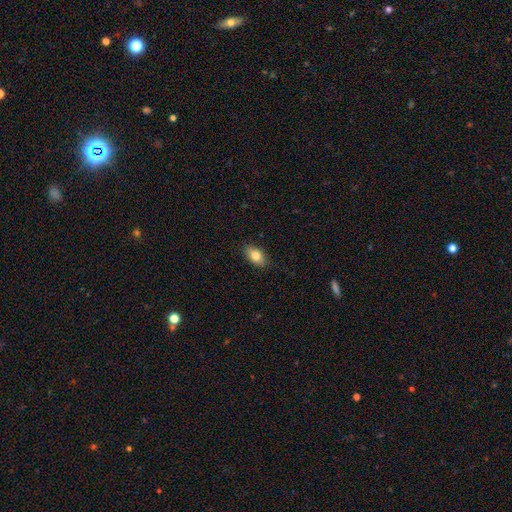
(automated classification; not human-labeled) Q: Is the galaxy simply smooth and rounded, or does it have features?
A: smooth — 82%.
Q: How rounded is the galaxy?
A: in between — 89%.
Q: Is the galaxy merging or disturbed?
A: none — 87%.